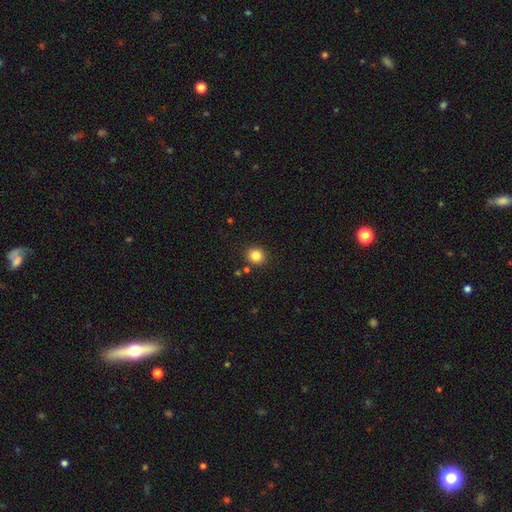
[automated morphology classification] A smooth galaxy with no disk features (85%) that is round (88%). Merging: none (87%).